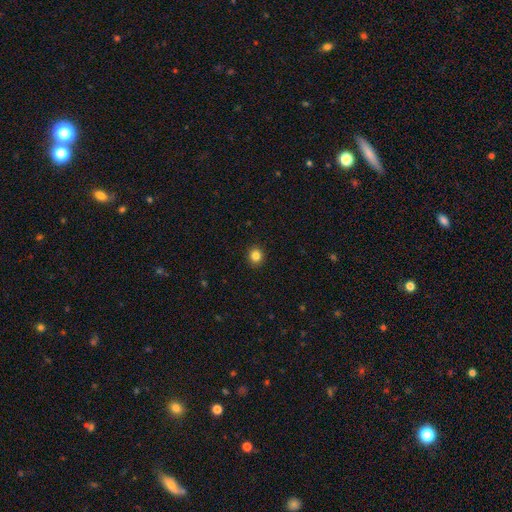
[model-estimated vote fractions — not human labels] smooth 85%, star or artifact 11%, featured or disk 4%. Down the decision tree: how rounded — round (86%); merging — none (92%).